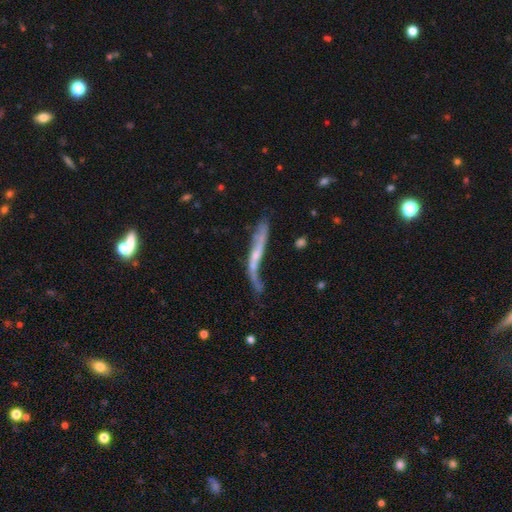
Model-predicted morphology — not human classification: A featured or disk galaxy (66%) viewed edge-on (54%).

Vote fractions:
- Smooth or featured? featured or disk: 66% / smooth: 26% / star or artifact: 8%
- Edge-on disk? yes: 54% / no: 46%
- Merging? none: 33% / major disturbance: 30% / minor disturbance: 25% / merger: 12%